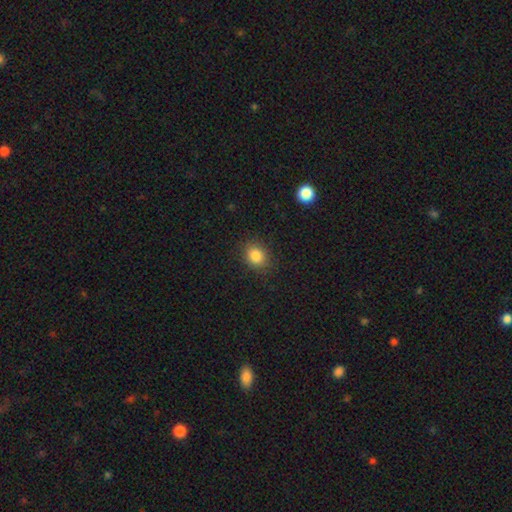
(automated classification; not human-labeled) smooth_or_featured: smooth (p=0.85) [alt: star or artifact p=0.10]
how_rounded: round (p=0.55) [alt: in between p=0.44]
merging: none (p=0.86) [alt: minor disturbance p=0.10]